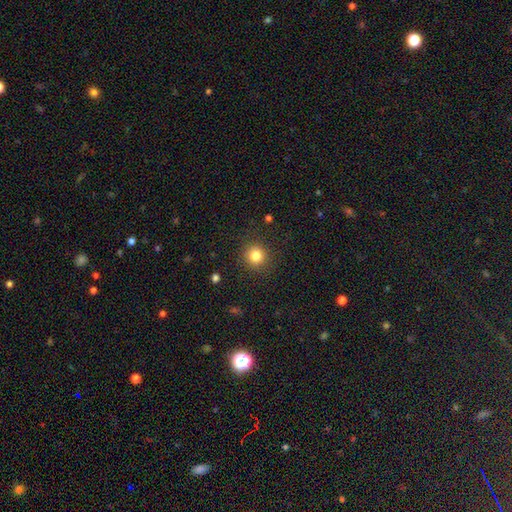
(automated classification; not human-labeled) Smooth or featured? smooth (82%)
How rounded? round (92%)
Merging? none (89%)